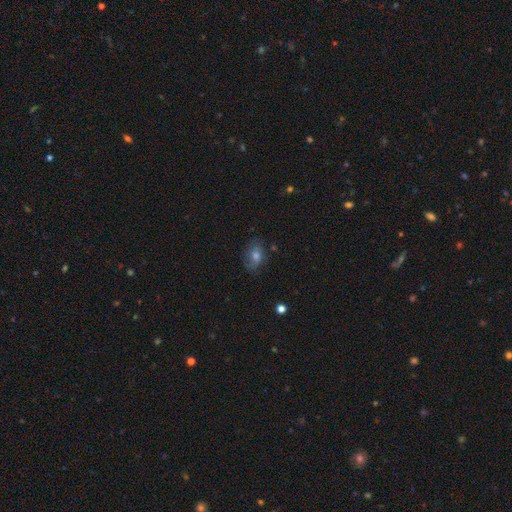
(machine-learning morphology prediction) Smooth or featured: smooth — 54% (featured or disk — 28%)
How rounded: in between — 74% (round — 24%)
Merging: none — 75% (minor disturbance — 18%)